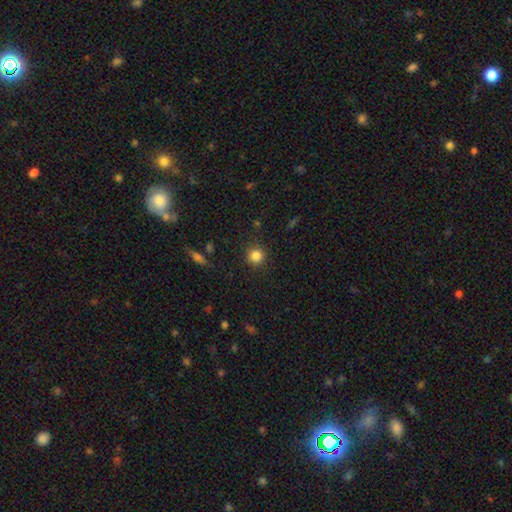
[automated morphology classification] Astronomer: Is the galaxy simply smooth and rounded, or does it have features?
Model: smooth — 84%.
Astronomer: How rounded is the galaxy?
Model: round — 93%.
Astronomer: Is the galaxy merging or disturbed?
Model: none — 90%.